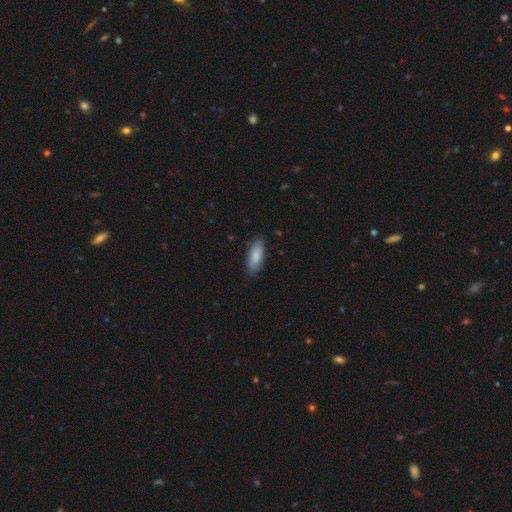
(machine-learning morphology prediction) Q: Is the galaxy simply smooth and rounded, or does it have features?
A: smooth — 86%.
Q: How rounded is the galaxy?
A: in between — 76%.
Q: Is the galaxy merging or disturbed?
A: none — 85%.